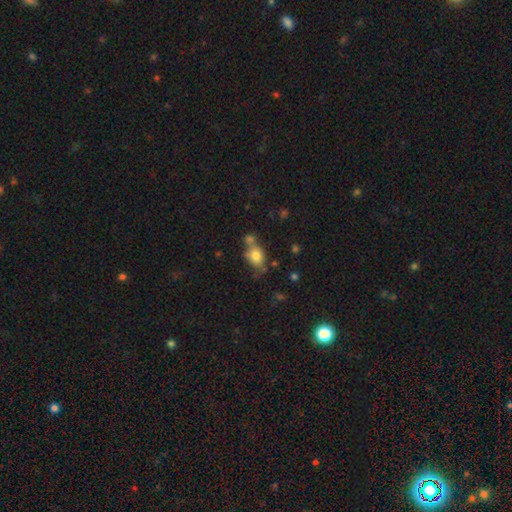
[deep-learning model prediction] Smooth or featured? smooth (76%)
How rounded? in between (66%)
Merging? none (45%)